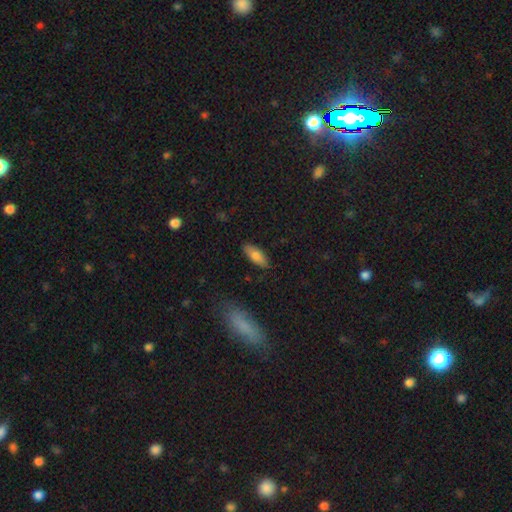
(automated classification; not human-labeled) This appears to be a smooth galaxy with no disk features (80%) that is in between round and cigar-shaped (72%). Merging: none (85%).